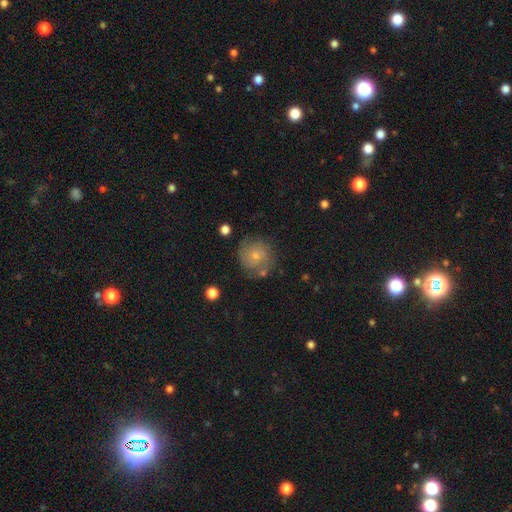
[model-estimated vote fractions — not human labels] A featured or disk galaxy (50%). Merging: none (68%).